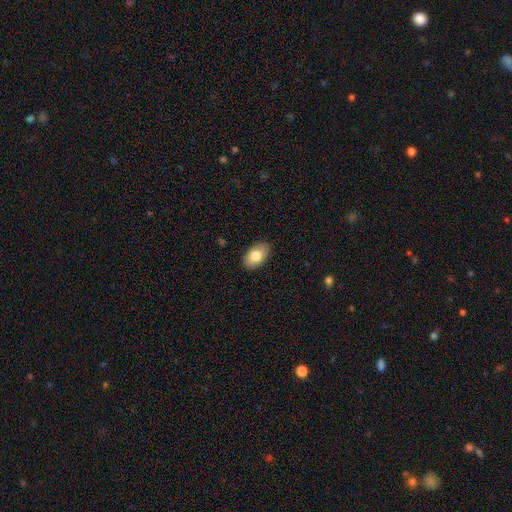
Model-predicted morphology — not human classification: Overall: smooth (79%). How rounded: in between (91%). Merging: none (88%).